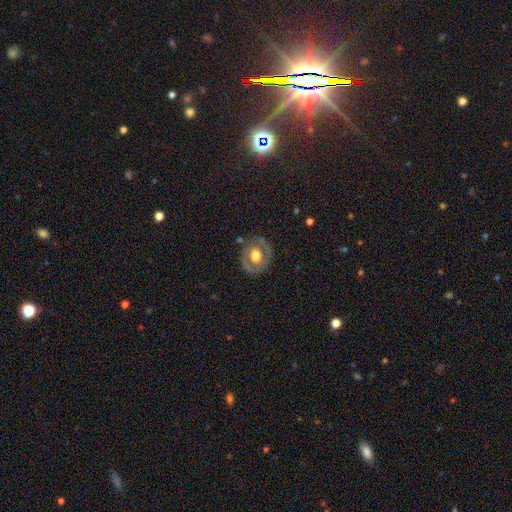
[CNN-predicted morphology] smooth_or_featured: featured or disk (p=0.53) [alt: smooth p=0.40]
disk_edge_on: no (p=0.95) [alt: yes p=0.05]
bar: no (p=0.74) [alt: weak p=0.20]
has_spiral_arms: no (p=0.69) [alt: yes p=0.31]
bulge_size: moderate (p=0.51) [alt: large p=0.41]
merging: none (p=0.77) [alt: minor disturbance p=0.15]